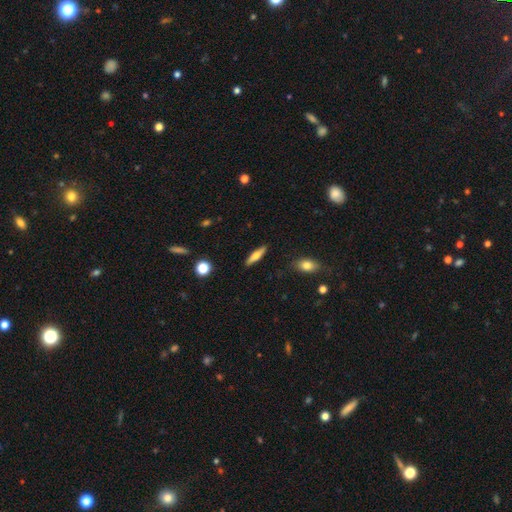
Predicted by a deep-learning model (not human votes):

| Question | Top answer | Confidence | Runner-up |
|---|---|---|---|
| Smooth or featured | smooth | 56% | featured or disk (37%) |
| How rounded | cigar-shaped | 71% | in between (26%) |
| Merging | none | 89% | minor disturbance (8%) |